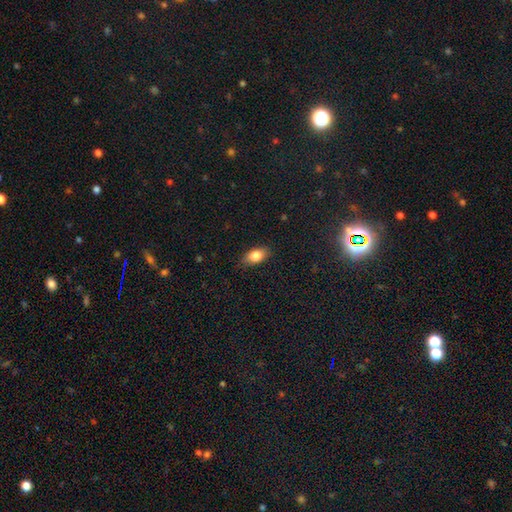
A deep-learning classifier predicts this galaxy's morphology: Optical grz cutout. It shows a smooth galaxy with no disk features (83%) that is in between round and cigar-shaped (88%). Merging: none (84%).